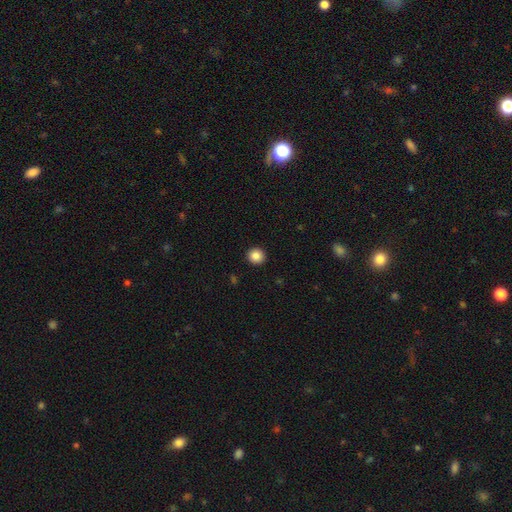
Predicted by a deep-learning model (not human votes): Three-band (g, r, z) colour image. It shows a smooth galaxy with no disk features (86%) that is round (93%). Merging: none (93%).